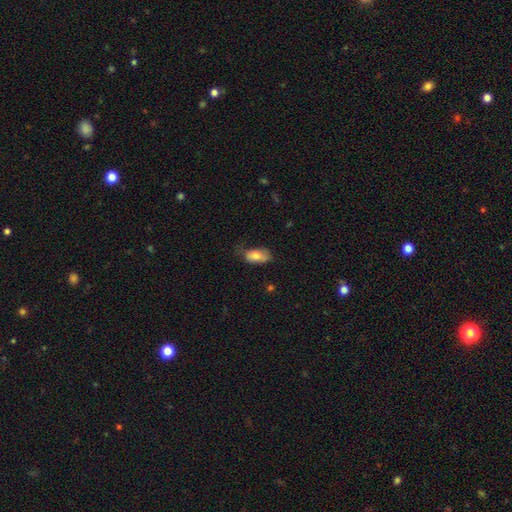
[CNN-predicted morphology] A smooth galaxy with no disk features (78%) that is in between round and cigar-shaped (91%).

Vote fractions:
- Smooth or featured? smooth: 78% / featured or disk: 15% / star or artifact: 7%
- How rounded? in between: 91% / cigar-shaped: 5% / round: 4%
- Merging? none: 44% / minor disturbance: 37% / major disturbance: 16% / merger: 2%